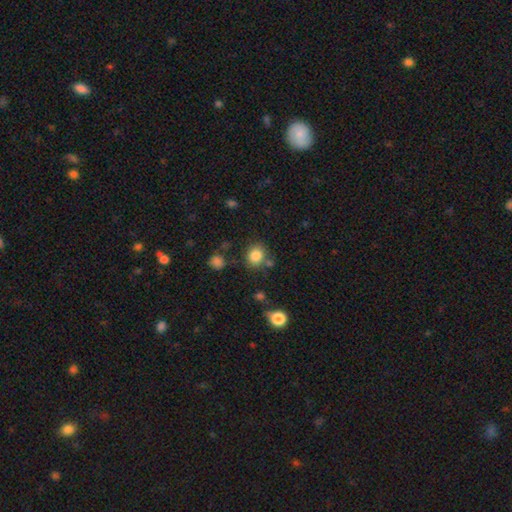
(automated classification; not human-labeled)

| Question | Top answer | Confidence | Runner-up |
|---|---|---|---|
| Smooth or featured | smooth | 84% | star or artifact (11%) |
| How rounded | round | 74% | in between (25%) |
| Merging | none | 76% | minor disturbance (12%) |